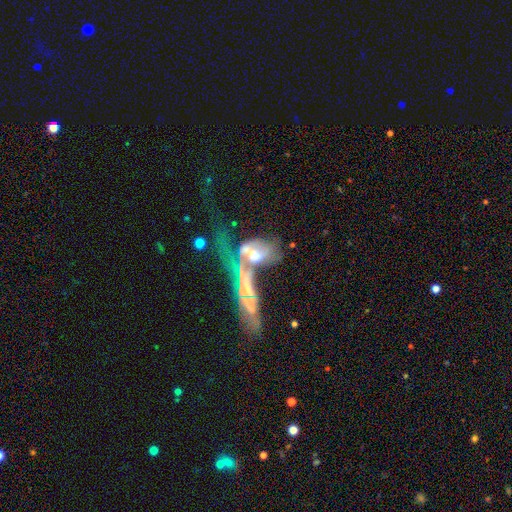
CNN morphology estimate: Smooth or featured? featured or disk (60%)
Edge-on disk? no (83%)
Merging? merger (60%)